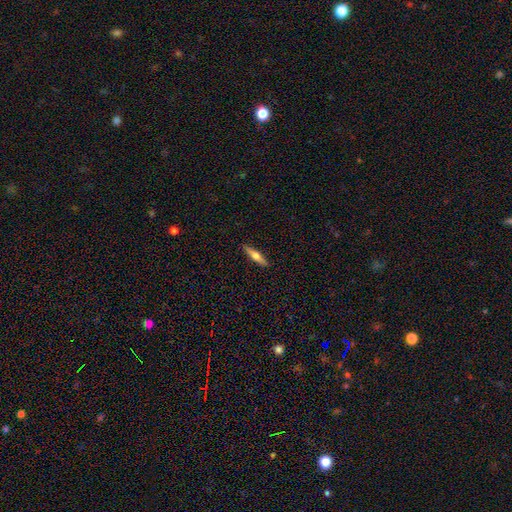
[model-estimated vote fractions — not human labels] Smooth or featured? featured or disk (48%)
Merging? none (90%)